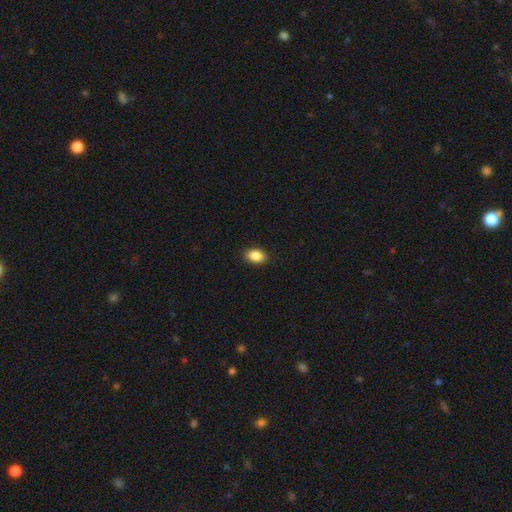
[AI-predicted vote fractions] Smooth or featured?
  - smooth: 88% *
  - star or artifact: 8%
  - featured or disk: 4%
How rounded?
  - in between: 85% *
  - round: 14%
  - cigar-shaped: 1%
Merging?
  - none: 90% *
  - minor disturbance: 7%
  - major disturbance: 2%
  - merger: 1%